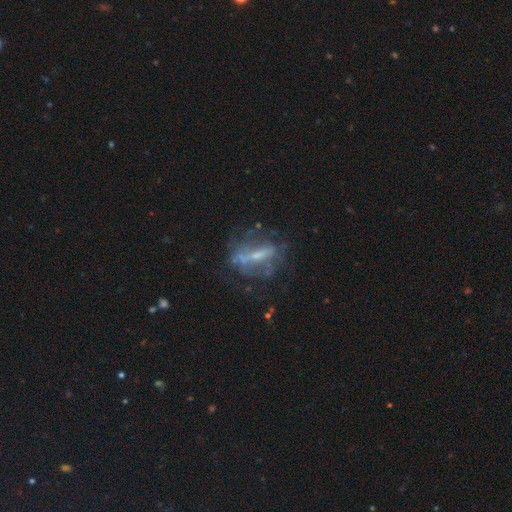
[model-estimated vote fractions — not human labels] A featured or disk galaxy (68%) with a strong bar (51%), no spiral arms (59%) and a small central bulge (50%). Merging: none (57%).